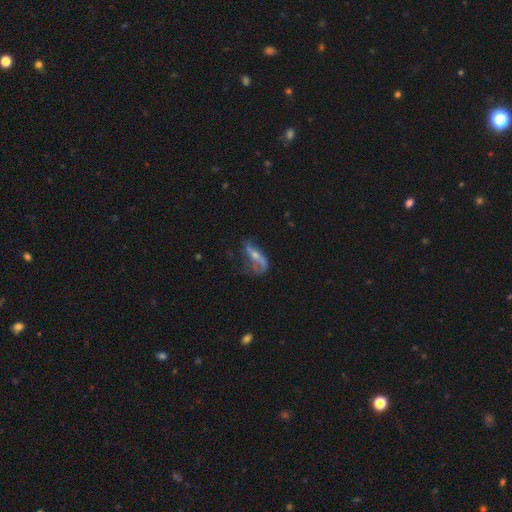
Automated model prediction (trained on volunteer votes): A featured or disk galaxy (57%).

Vote fractions:
- Smooth or featured? featured or disk: 57% / smooth: 35% / star or artifact: 9%
- Edge-on disk? no: 78% / yes: 22%
- Merging? major disturbance: 38% / none: 32% / minor disturbance: 25% / merger: 5%